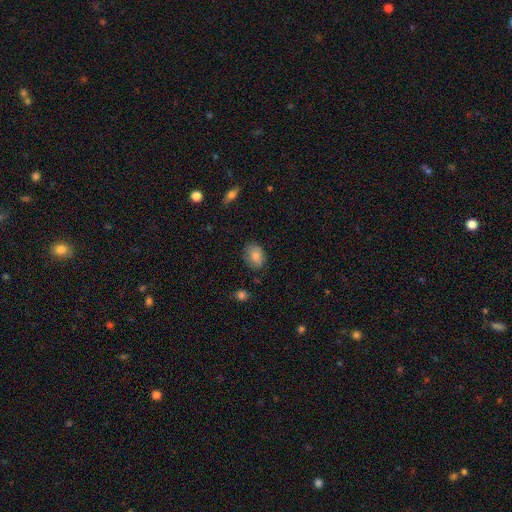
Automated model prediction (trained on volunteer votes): Q: Smooth or featured?
A: smooth (82%); runner-up: featured or disk (10%)
Q: How rounded?
A: in between (68%); runner-up: round (31%)
Q: Merging?
A: none (76%); runner-up: minor disturbance (19%)